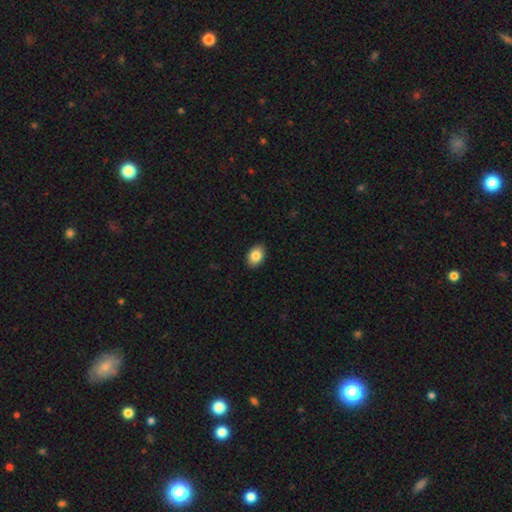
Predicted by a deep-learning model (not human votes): This appears to be a smooth galaxy with no disk features (86%) that is in between round and cigar-shaped (84%). Merging: none (90%).